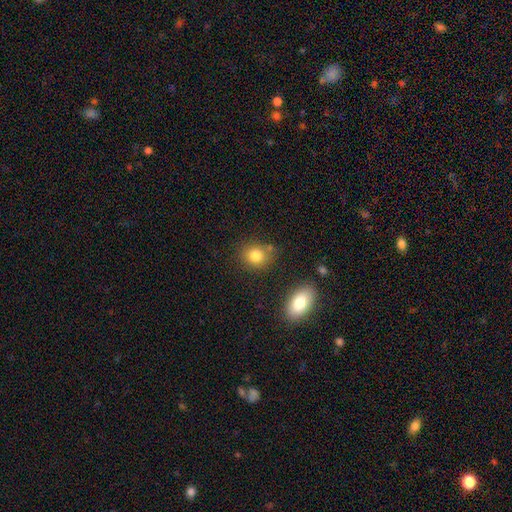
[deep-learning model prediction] This appears to be a smooth galaxy with no disk features (82%) that is round (71%). Merging: none (74%).